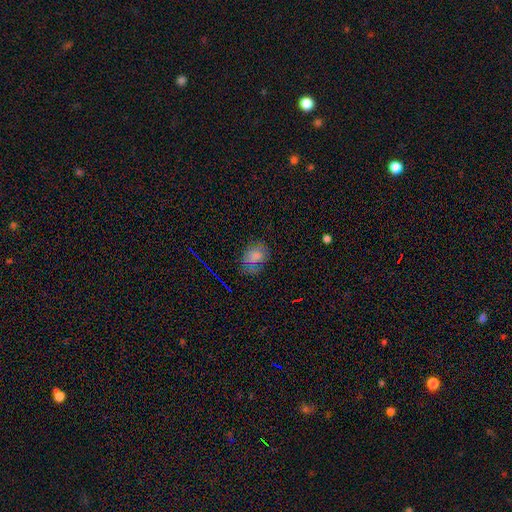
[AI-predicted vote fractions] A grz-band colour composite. It shows a smooth galaxy with no disk features (69%) that is in between round and cigar-shaped (61%). Merging: none (60%).